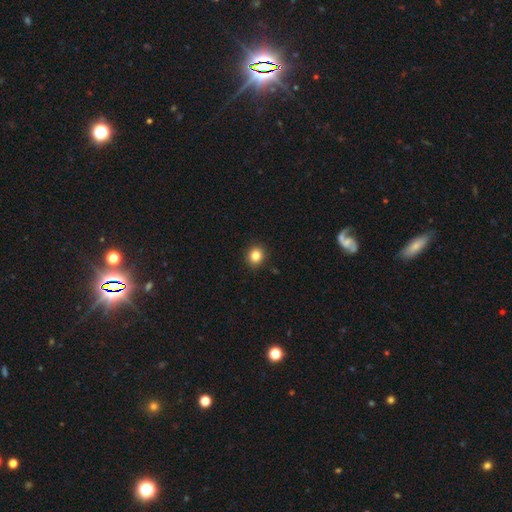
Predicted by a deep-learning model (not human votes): Smooth or featured? smooth (84%)
How rounded? round (79%)
Merging? none (91%)